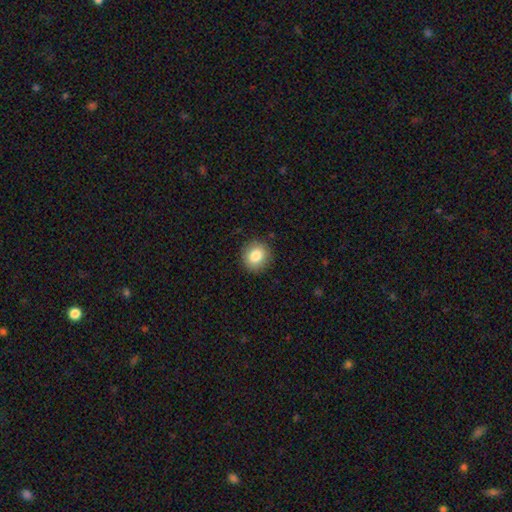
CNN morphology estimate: Smooth or featured? Predicted: smooth (p=0.83). How rounded? Predicted: round (p=0.87). Merging? Predicted: none (p=0.90).